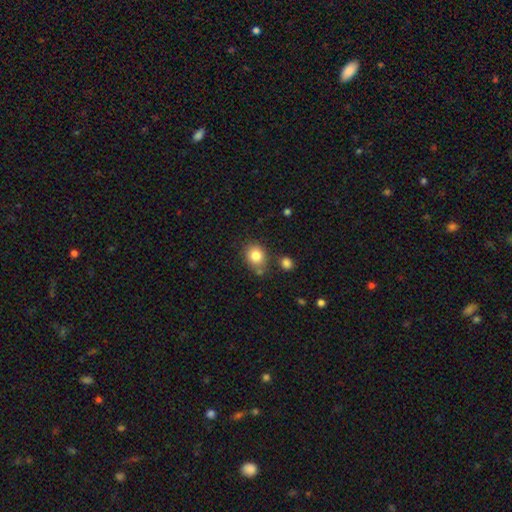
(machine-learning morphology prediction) smooth 82%, star or artifact 10%, featured or disk 8%. Down the decision tree: how rounded — round (65%); merging — none (71%).